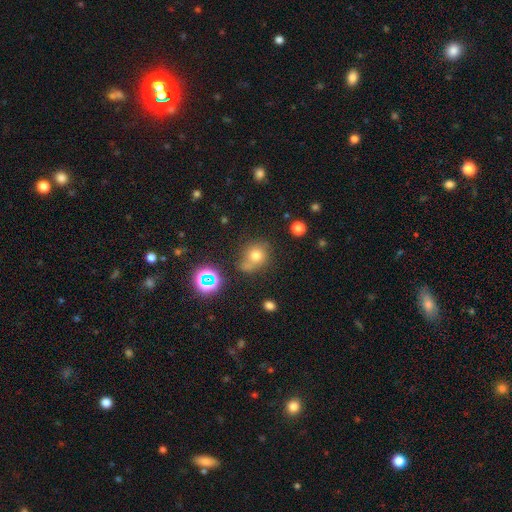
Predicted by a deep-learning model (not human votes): Smooth or featured? smooth (70%)
How rounded? round (74%)
Merging? none (58%)